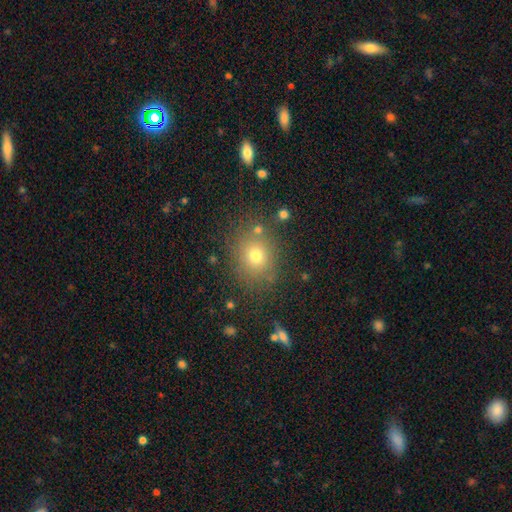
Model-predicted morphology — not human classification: Smooth or featured? Predicted: smooth (p=0.71). How rounded? Predicted: round (p=0.71). Merging? Predicted: none (p=0.82).